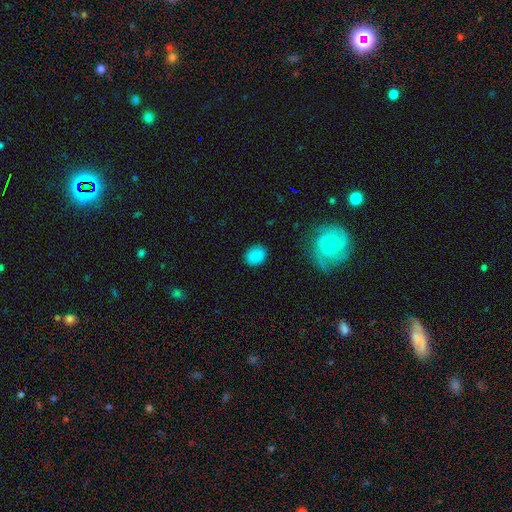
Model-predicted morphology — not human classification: A smooth galaxy with no disk features (84%) that is in between round and cigar-shaped (55%). Merging: none (85%).